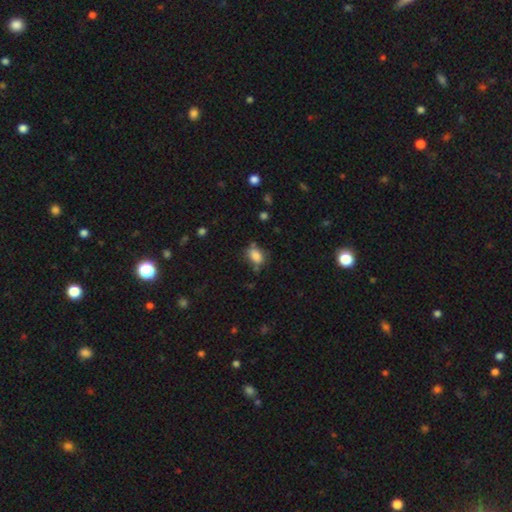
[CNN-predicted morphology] A smooth galaxy with no disk features (82%) that is in between round and cigar-shaped (79%). Merging: none (59%).